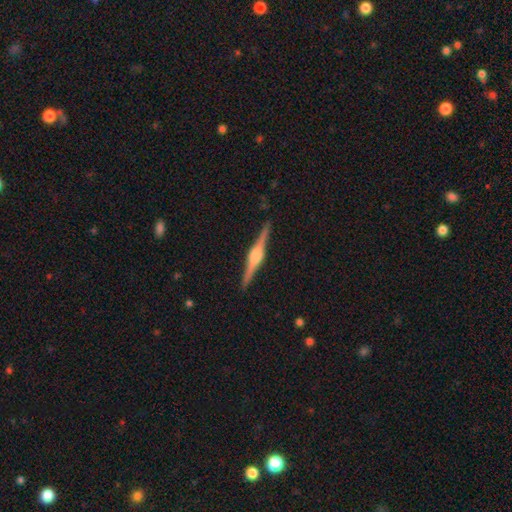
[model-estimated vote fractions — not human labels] This appears to be a featured or disk galaxy (86%) viewed edge-on (99%) with a rounded central bulge (80%). Merging: none (91%).